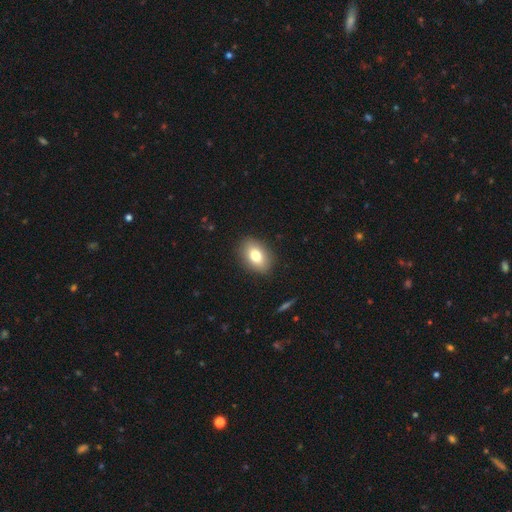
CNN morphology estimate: Smooth or featured?
  - smooth: 78% *
  - featured or disk: 13%
  - star or artifact: 8%
How rounded?
  - in between: 83% *
  - round: 16%
  - cigar-shaped: 1%
Merging?
  - none: 88% *
  - minor disturbance: 9%
  - major disturbance: 2%
  - merger: 1%